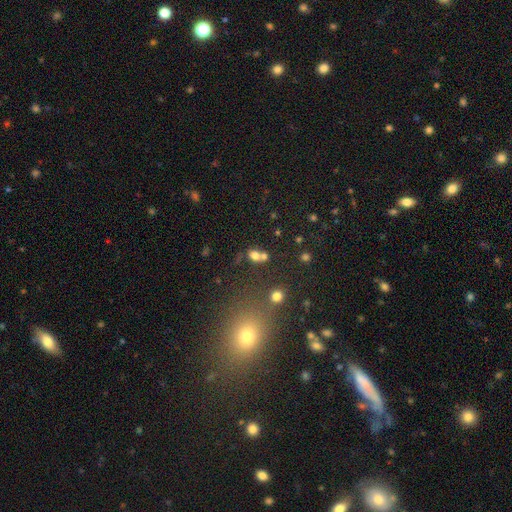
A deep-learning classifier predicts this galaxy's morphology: Q: Smooth or featured?
A: smooth (72%); runner-up: star or artifact (16%)
Q: How rounded?
A: in between (53%); runner-up: round (44%)
Q: Merging?
A: merger (45%); runner-up: none (38%)